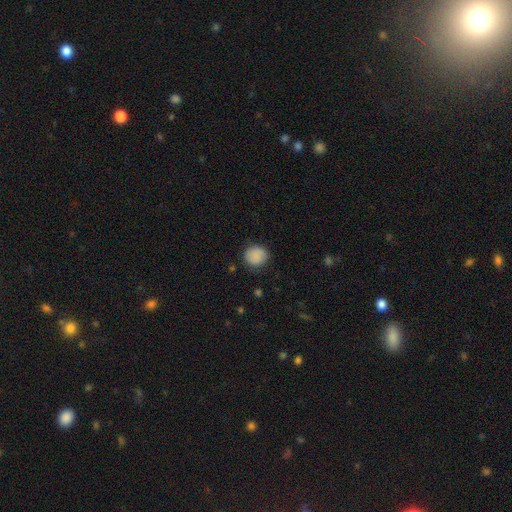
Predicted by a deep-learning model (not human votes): smooth_or_featured: smooth (p=0.85) [alt: featured or disk p=0.08]
how_rounded: round (p=0.88) [alt: in between p=0.11]
merging: none (p=0.84) [alt: minor disturbance p=0.12]